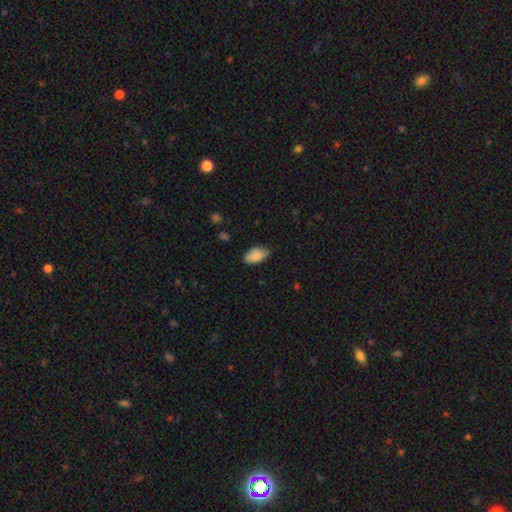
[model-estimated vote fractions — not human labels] A smooth galaxy with no disk features (87%) that is in between round and cigar-shaped (94%).

Vote fractions:
- Smooth or featured? smooth: 87% / star or artifact: 7% / featured or disk: 6%
- How rounded? in between: 94% / round: 4% / cigar-shaped: 2%
- Merging? none: 75% / minor disturbance: 21% / major disturbance: 3% / merger: 1%